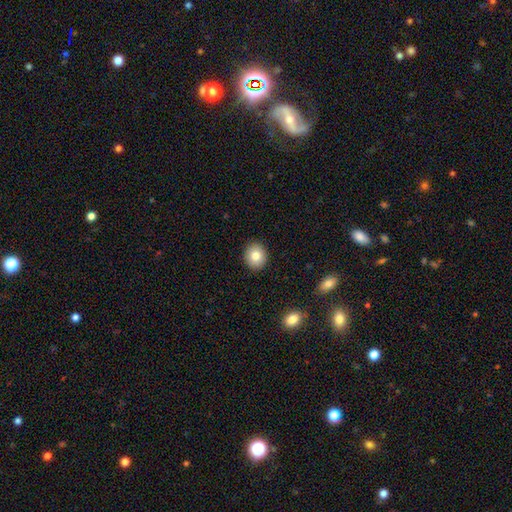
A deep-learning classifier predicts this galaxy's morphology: Smooth or featured?
  - smooth: 81% *
  - featured or disk: 10%
  - star or artifact: 9%
How rounded?
  - round: 71% *
  - in between: 28%
  - cigar-shaped: 1%
Merging?
  - none: 91% *
  - minor disturbance: 6%
  - major disturbance: 2%
  - merger: 1%